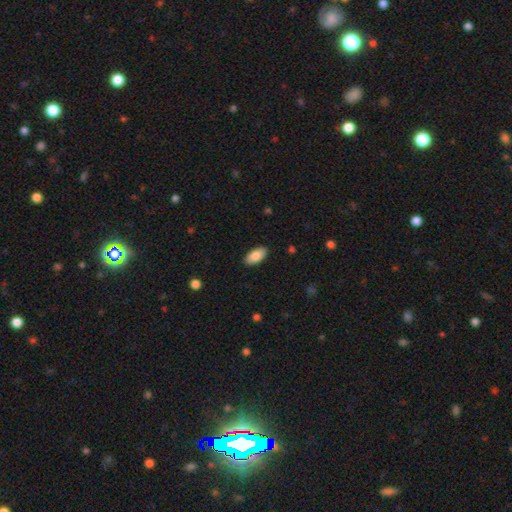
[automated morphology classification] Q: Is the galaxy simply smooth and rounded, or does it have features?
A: smooth — 86%.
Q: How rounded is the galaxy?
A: in between — 94%.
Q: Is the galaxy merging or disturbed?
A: none — 89%.